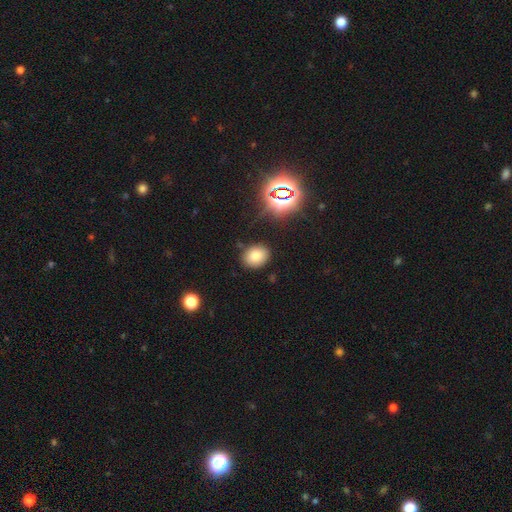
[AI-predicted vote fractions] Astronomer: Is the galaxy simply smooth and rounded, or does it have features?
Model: smooth — 76%.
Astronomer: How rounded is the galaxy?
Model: in between — 52% (runner-up: round, 47%).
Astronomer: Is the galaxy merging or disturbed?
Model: none — 85%.